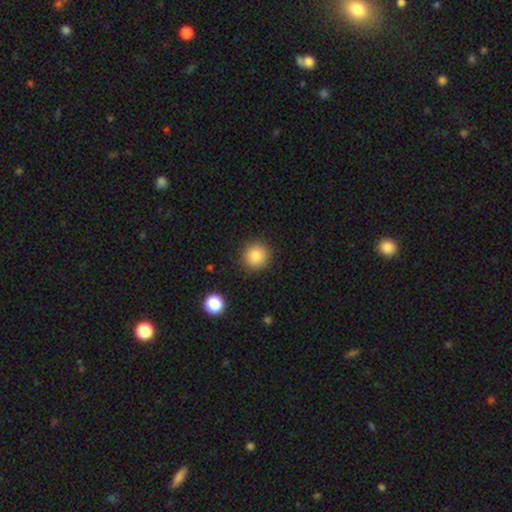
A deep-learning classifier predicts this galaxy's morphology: type=smooth (83%); roundness=round (93%); merging=none (90%).